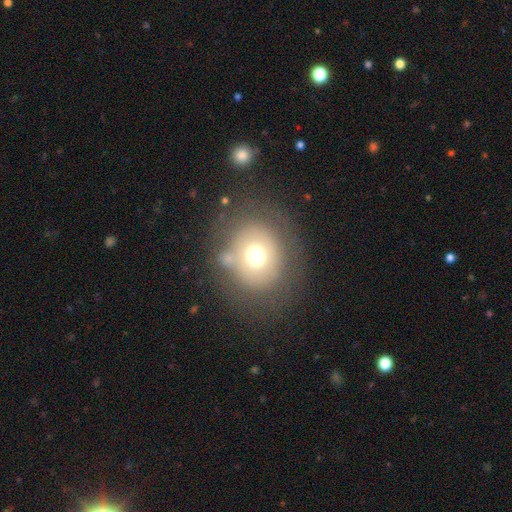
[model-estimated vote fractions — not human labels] The model was most divided on "smooth or featured": smooth: 64%, featured or disk: 20%, star or artifact: 16%. More confident: how rounded — round (74%); merging — none (65%).